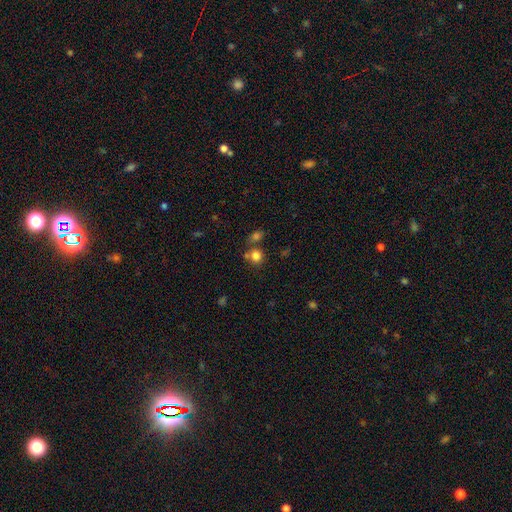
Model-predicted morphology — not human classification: smooth_or_featured: smooth (p=0.80) [alt: star or artifact p=0.14]
how_rounded: round (p=0.81) [alt: in between p=0.18]
merging: none (p=0.62) [alt: merger p=0.23]